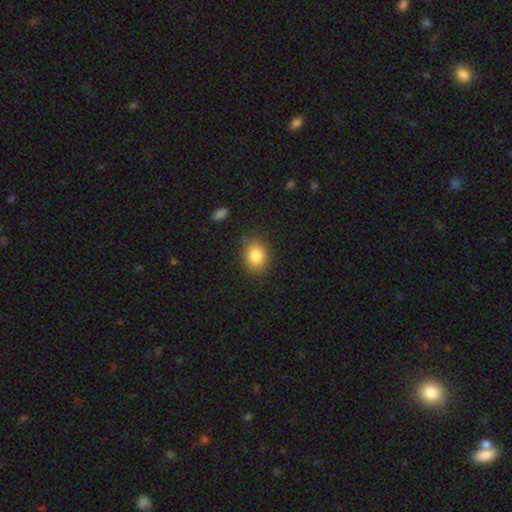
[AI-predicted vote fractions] Morphology: type=smooth (84%); roundness=in between (61%); merging=none (82%).